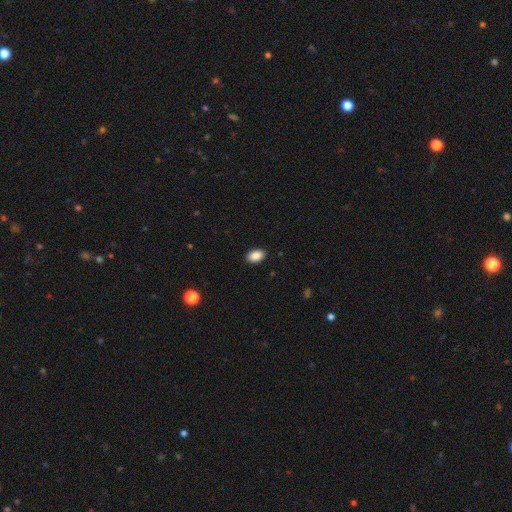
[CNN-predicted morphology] smooth-or-featured: smooth: 89% | star or artifact: 8% | featured or disk: 3%
  how-rounded: in between: 90% | round: 8% | cigar-shaped: 1%
  merging: none: 90% | minor disturbance: 8% | major disturbance: 2% | merger: 1%